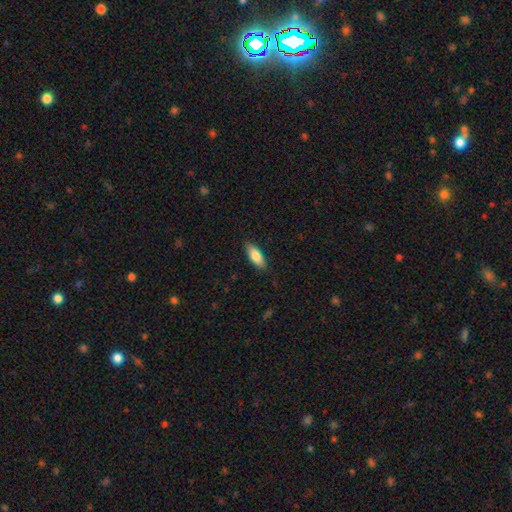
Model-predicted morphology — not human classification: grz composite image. It shows a smooth galaxy with no disk features (82%) that is in between round and cigar-shaped (73%). Merging: none (85%).